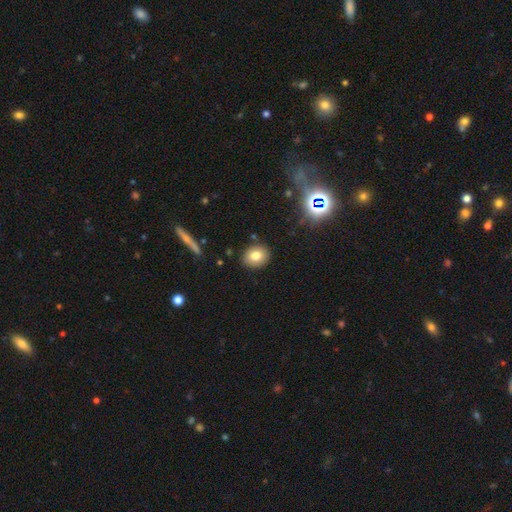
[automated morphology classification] A smooth galaxy with no disk features (78%) that is round (64%).

Vote fractions:
- Smooth or featured? smooth: 78% / star or artifact: 11% / featured or disk: 11%
- How rounded? round: 64% / in between: 35% / cigar-shaped: 1%
- Merging? none: 86% / minor disturbance: 9% / merger: 2% / major disturbance: 2%